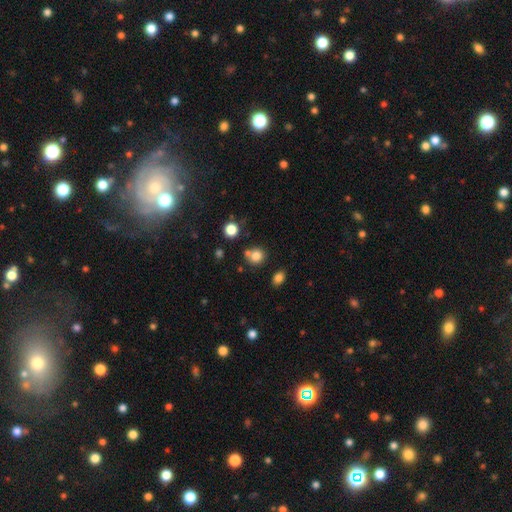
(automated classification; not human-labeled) Smooth or featured: smooth — 80% (star or artifact — 13%)
How rounded: round — 82% (in between — 17%)
Merging: none — 64% (merger — 22%)